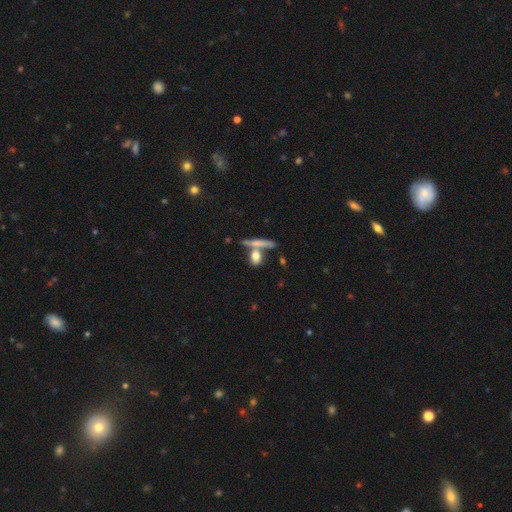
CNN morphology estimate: smooth 69%, featured or disk 22%, star or artifact 9%. Down the decision tree: how rounded — in between (39%); merging — none (54%).